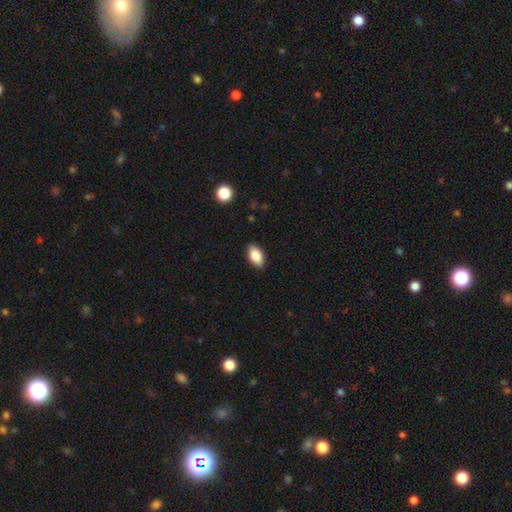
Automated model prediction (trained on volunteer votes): Morphology: type=smooth (86%); roundness=in between (92%); merging=none (88%).